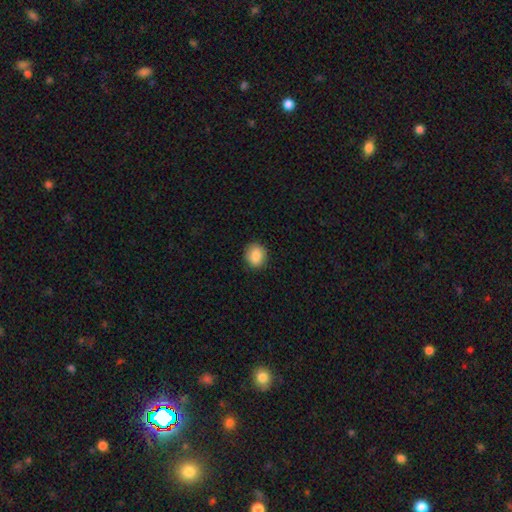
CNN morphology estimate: This is clearly a smooth galaxy (87%). How rounded: likely round (72%). Merging: clearly none (88%).